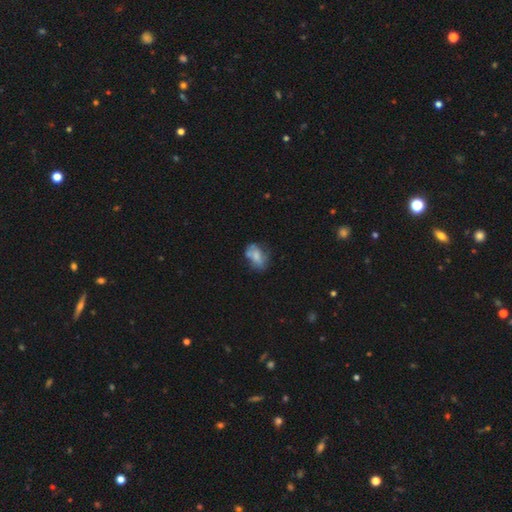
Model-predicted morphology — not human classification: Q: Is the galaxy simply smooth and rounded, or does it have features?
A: smooth — 59%.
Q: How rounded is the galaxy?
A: in between — 82%.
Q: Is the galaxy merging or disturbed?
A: none — 45%.